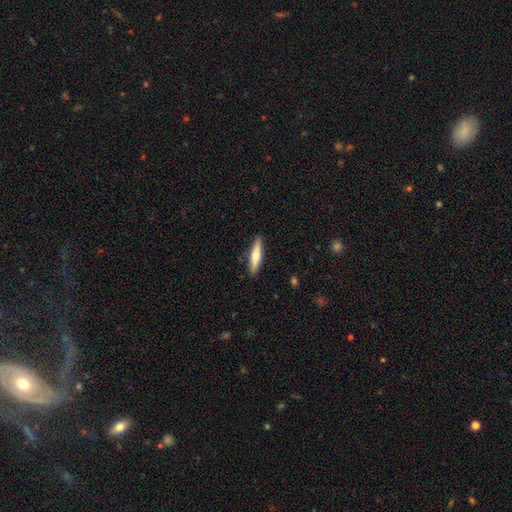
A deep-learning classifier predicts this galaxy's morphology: Smooth or featured? smooth (60%)
How rounded? cigar-shaped (83%)
Merging? none (89%)